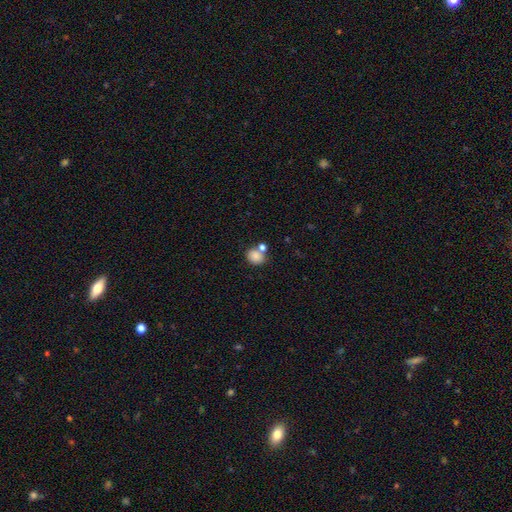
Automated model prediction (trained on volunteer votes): Smooth or featured: smooth — 84% (star or artifact — 10%)
How rounded: round — 68% (in between — 31%)
Merging: none — 55% (merger — 30%)